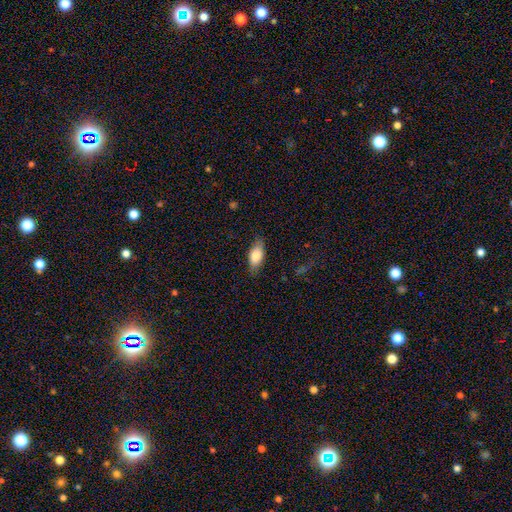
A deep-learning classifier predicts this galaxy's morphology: Q: Smooth or featured?
A: smooth (77%); runner-up: featured or disk (17%)
Q: How rounded?
A: in between (85%); runner-up: cigar-shaped (11%)
Q: Merging?
A: none (80%); runner-up: minor disturbance (16%)